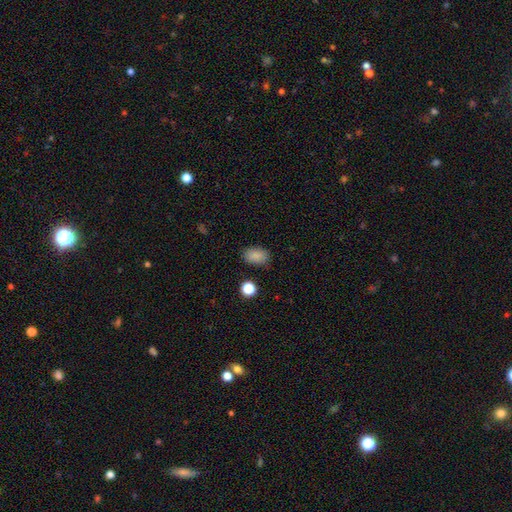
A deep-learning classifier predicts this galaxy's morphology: A smooth galaxy with no disk features (86%) that is in between round and cigar-shaped (85%).

Vote fractions:
- Smooth or featured? smooth: 86% / star or artifact: 10% / featured or disk: 4%
- How rounded? in between: 85% / round: 14% / cigar-shaped: 1%
- Merging? none: 84% / minor disturbance: 11% / major disturbance: 3% / merger: 2%